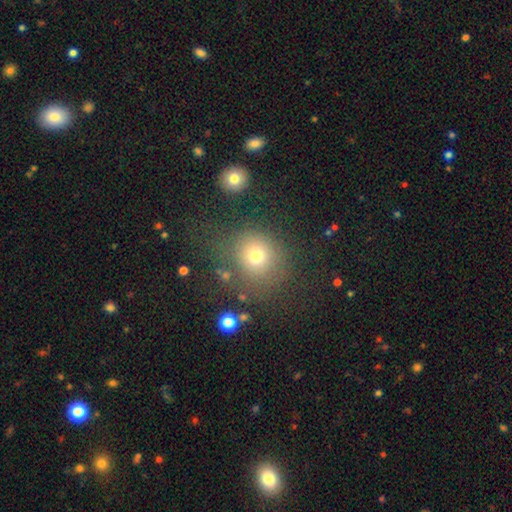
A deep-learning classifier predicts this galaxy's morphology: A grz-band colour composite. It shows a smooth galaxy with no disk features (74%) that is round (82%). Merging: none (70%).